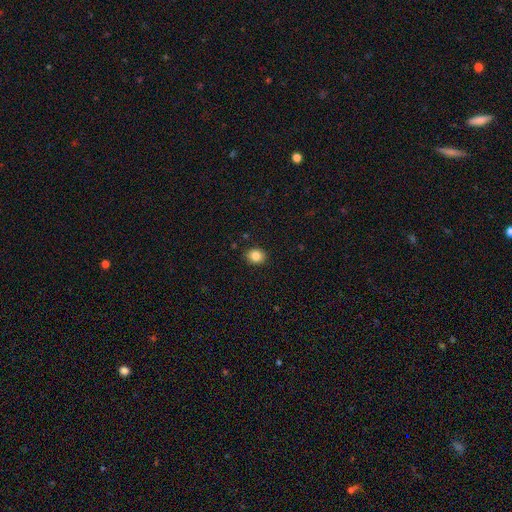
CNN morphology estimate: type=smooth (84%); roundness=round (60%); merging=none (89%).